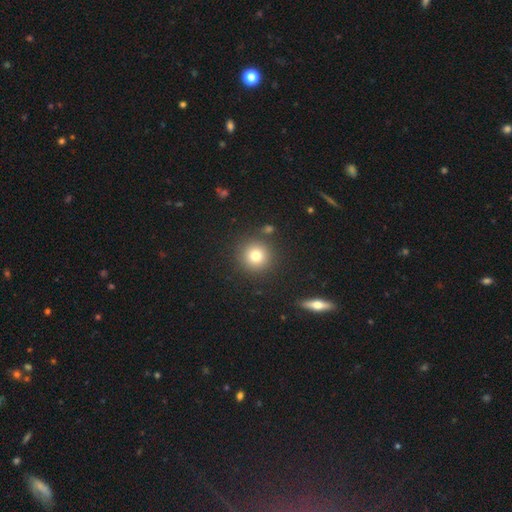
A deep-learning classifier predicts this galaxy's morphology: This is likely a smooth galaxy (78%). How rounded: clearly round (94%). Merging: clearly none (87%).